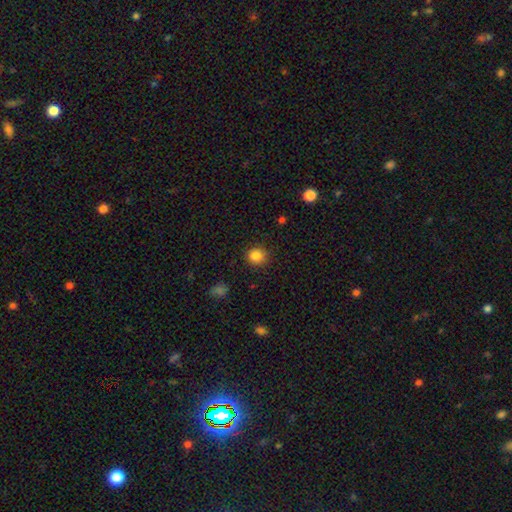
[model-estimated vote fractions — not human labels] A smooth galaxy with no disk features (85%) that is round (88%). Merging: none (89%).